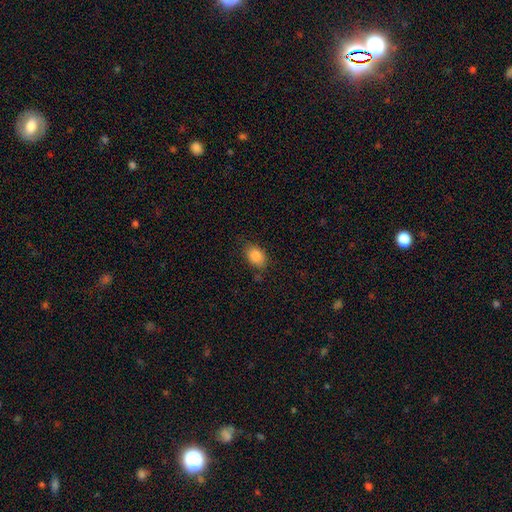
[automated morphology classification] Smooth or featured: smooth — 87% (star or artifact — 8%)
How rounded: in between — 81% (round — 18%)
Merging: none — 73% (minor disturbance — 20%)